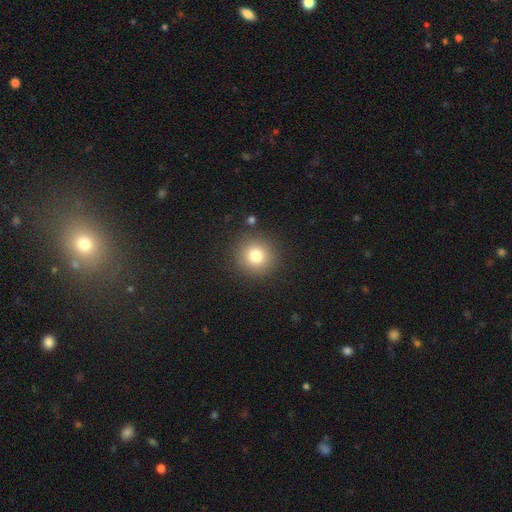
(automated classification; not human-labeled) This appears to be a smooth galaxy with no disk features (80%) that is round (92%). Merging: none (88%).